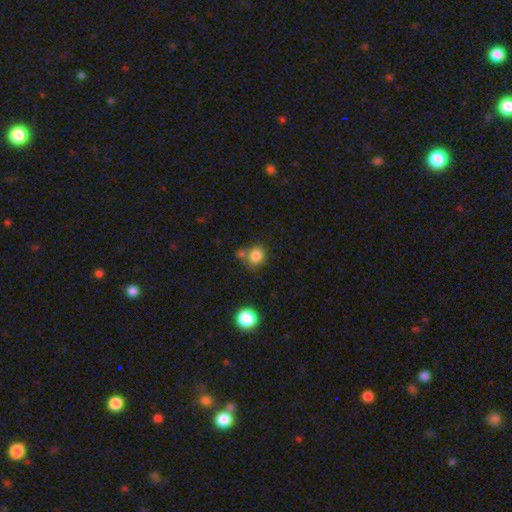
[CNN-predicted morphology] Smooth or featured: smooth — 83% (star or artifact — 11%)
How rounded: round — 71% (in between — 28%)
Merging: none — 58% (merger — 22%)